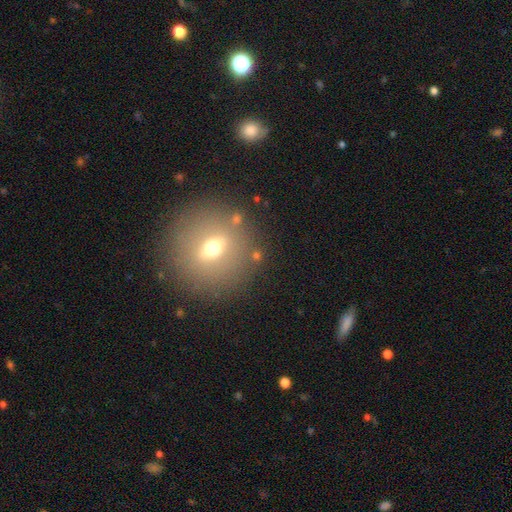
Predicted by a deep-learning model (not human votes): This is possibly a smooth galaxy (46%). Merging: clearly none (81%).